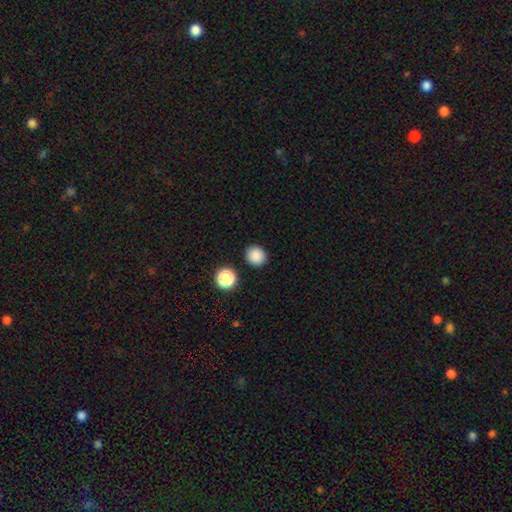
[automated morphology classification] Q: Smooth or featured?
A: smooth (86%); runner-up: star or artifact (11%)
Q: How rounded?
A: round (86%); runner-up: in between (13%)
Q: Merging?
A: none (90%); runner-up: minor disturbance (6%)